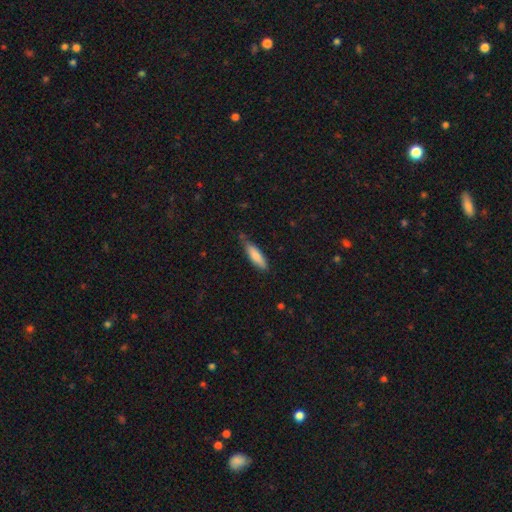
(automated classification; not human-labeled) This is clearly a smooth galaxy (83%). How rounded: likely cigar-shaped (64%). Merging: likely none (65%).